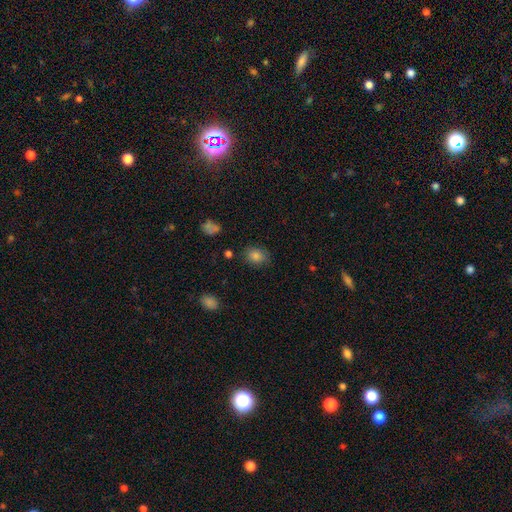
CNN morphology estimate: A smooth galaxy with no disk features (83%) that is in between round and cigar-shaped (54%). Merging: none (81%).